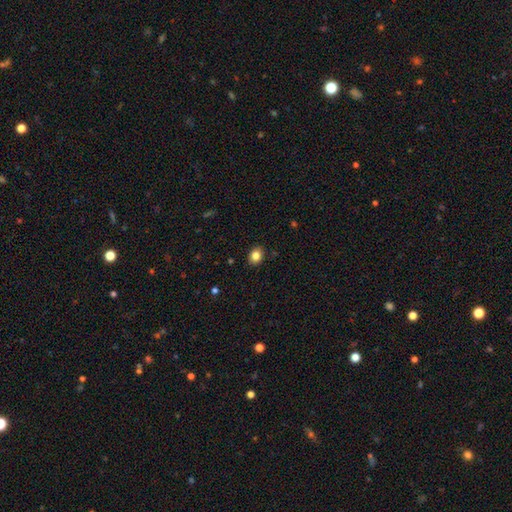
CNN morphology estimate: Smooth or featured? Predicted: smooth (p=0.84). How rounded? Predicted: in between (p=0.52). Merging? Predicted: none (p=0.89).